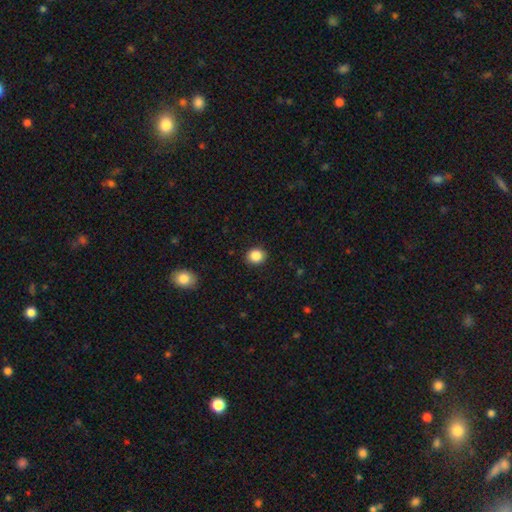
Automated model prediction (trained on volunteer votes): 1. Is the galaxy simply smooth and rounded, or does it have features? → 87% smooth, 9% star or artifact, 3% featured or disk.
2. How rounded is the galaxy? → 78% round, 21% in between, 1% cigar-shaped.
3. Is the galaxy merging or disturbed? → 90% none, 7% minor disturbance, 2% major disturbance, 1% merger.